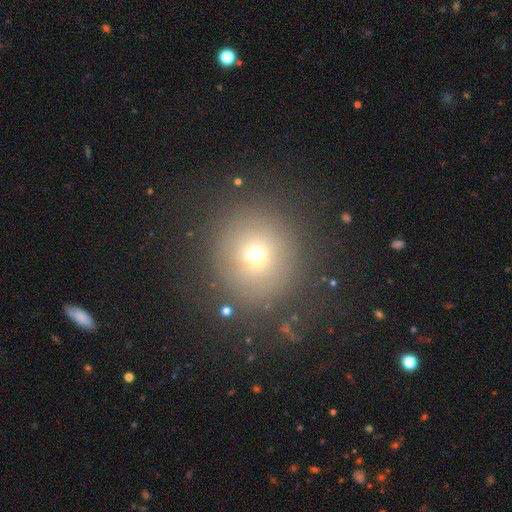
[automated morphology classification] type=smooth (65%); roundness=round (93%); merging=none (82%).